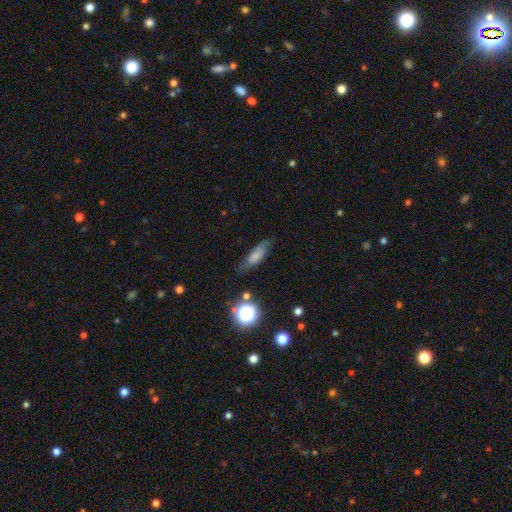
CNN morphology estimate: A smooth galaxy with no disk features (68%) that is cigar-shaped (49%).

Vote fractions:
- Smooth or featured? smooth: 68% / featured or disk: 20% / star or artifact: 12%
- How rounded? cigar-shaped: 49% / in between: 45% / round: 6%
- Merging? none: 67% / minor disturbance: 23% / major disturbance: 7% / merger: 3%